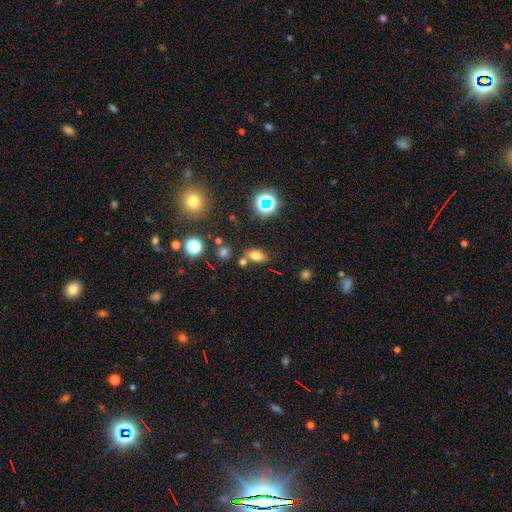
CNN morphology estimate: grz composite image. It shows a smooth galaxy with no disk features (72%) that is in between round and cigar-shaped (83%). Merging: none (70%).